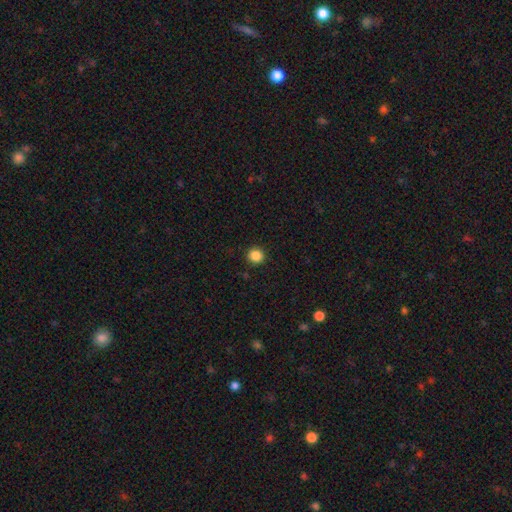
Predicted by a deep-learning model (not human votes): The model was most divided on "smooth or featured": smooth: 86%, star or artifact: 11%, featured or disk: 3%. More confident: how rounded — round (94%); merging — none (92%).